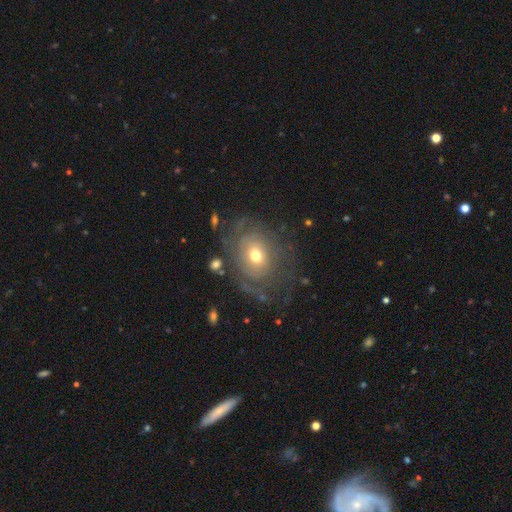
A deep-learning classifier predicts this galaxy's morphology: featured or disk 65%, smooth 26%, star or artifact 9%. Down the decision tree: edge-on disk — no (96%); bar — no (79%); spiral arms — yes (71%); bulge size — moderate (62%); merging — none (64%).